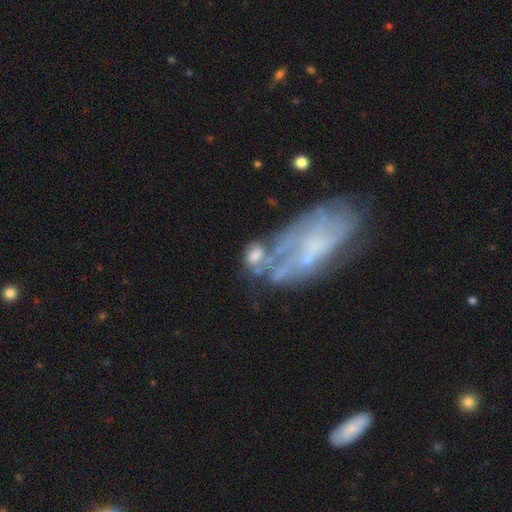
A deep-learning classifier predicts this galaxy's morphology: smooth_or_featured: smooth (p=0.49) [alt: featured or disk p=0.38]
merging: merger (p=0.41) [alt: none p=0.25]